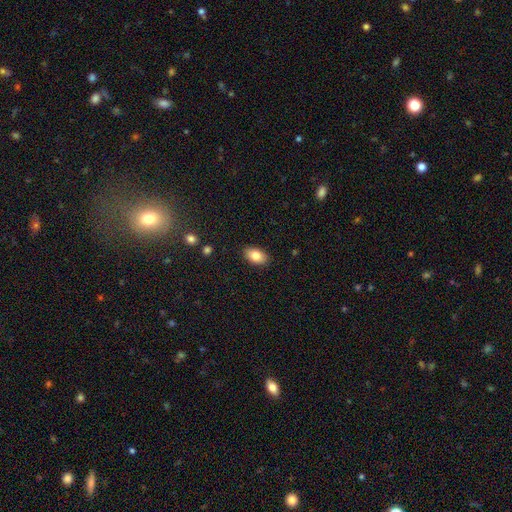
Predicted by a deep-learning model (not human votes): A smooth galaxy with no disk features (83%) that is in between round and cigar-shaped (91%). Merging: none (88%).